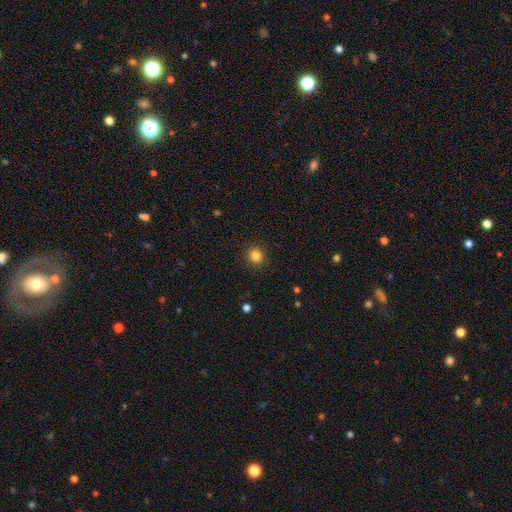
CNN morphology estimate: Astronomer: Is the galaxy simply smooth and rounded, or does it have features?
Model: smooth — 84%.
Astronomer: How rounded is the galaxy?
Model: round — 89%.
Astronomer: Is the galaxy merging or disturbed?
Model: none — 91%.